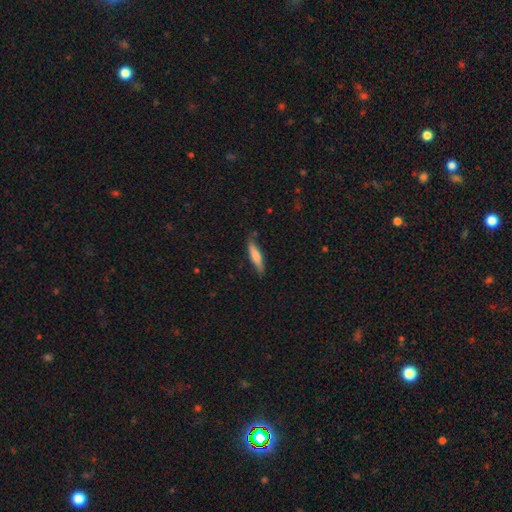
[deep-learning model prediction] smooth_or_featured: smooth (p=0.67) [alt: featured or disk p=0.28]
how_rounded: cigar-shaped (p=0.80) [alt: in between p=0.18]
merging: none (p=0.79) [alt: minor disturbance p=0.17]